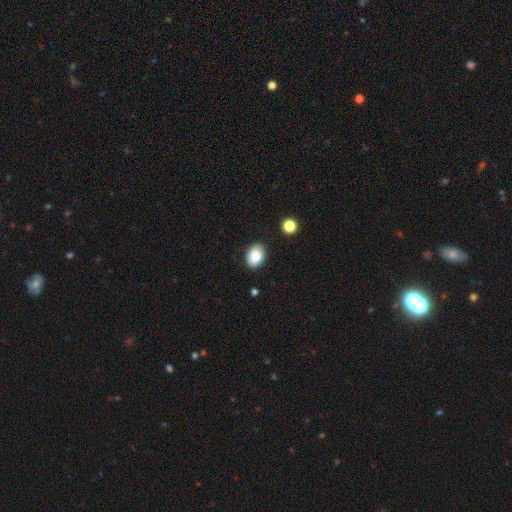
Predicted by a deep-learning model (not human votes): This appears to be a smooth galaxy with no disk features (85%) that is in between round and cigar-shaped (79%). Merging: none (86%).